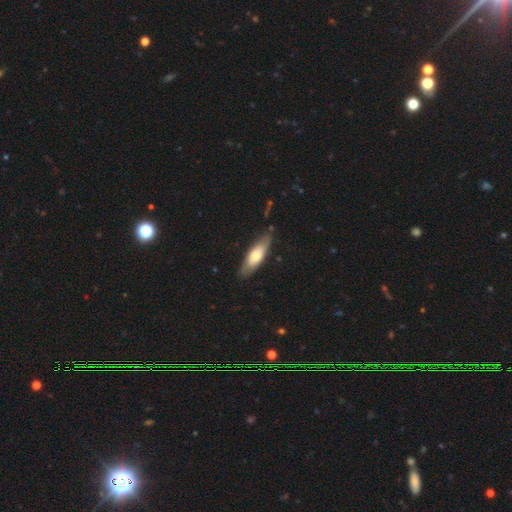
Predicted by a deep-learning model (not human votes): smooth-or-featured: smooth: 62% | featured or disk: 33% | star or artifact: 5%
  how-rounded: in between: 55% | cigar-shaped: 43% | round: 2%
  merging: none: 79% | minor disturbance: 16% | major disturbance: 3% | merger: 2%